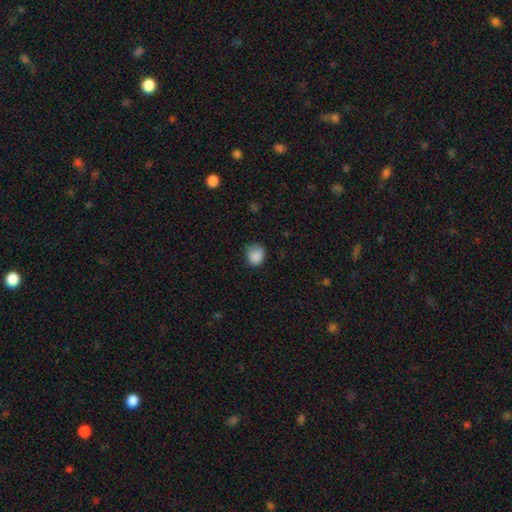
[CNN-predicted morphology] smooth-or-featured: smooth: 87% | star or artifact: 9% | featured or disk: 4%
  how-rounded: round: 63% | in between: 36% | cigar-shaped: 1%
  merging: none: 67% | minor disturbance: 26% | major disturbance: 6% | merger: 1%